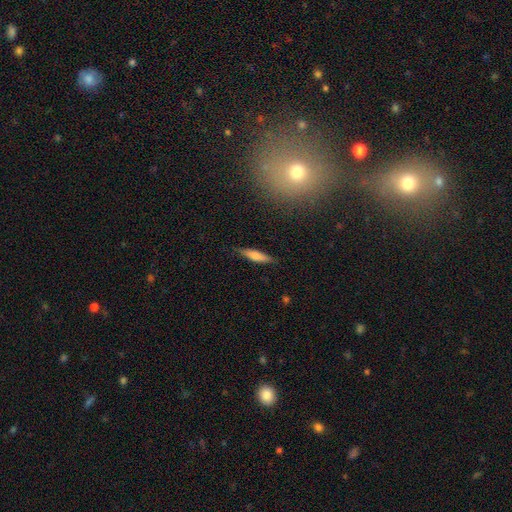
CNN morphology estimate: Smooth or featured?
  - smooth: 71% *
  - featured or disk: 23%
  - star or artifact: 6%
How rounded?
  - cigar-shaped: 75% *
  - in between: 23%
  - round: 2%
Merging?
  - none: 84% *
  - minor disturbance: 12%
  - major disturbance: 2%
  - merger: 1%